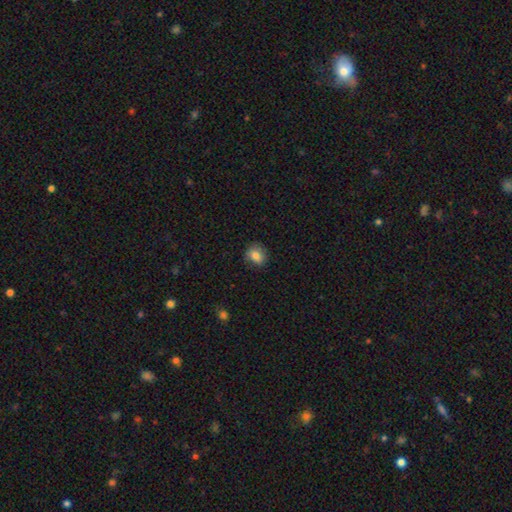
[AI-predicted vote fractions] Morphology: type=smooth (82%); roundness=round (59%); merging=none (79%).